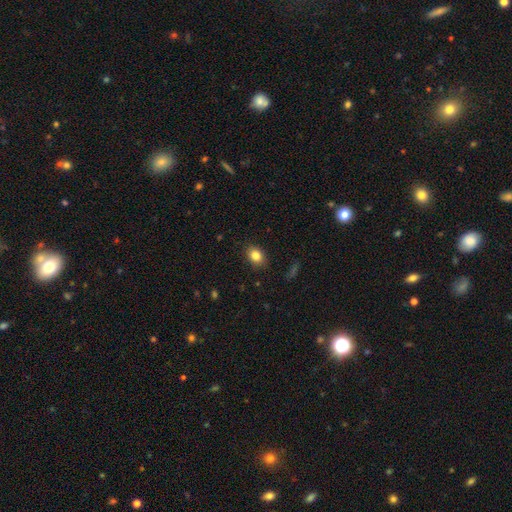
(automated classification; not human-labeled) smooth 83%, star or artifact 10%, featured or disk 7%. Down the decision tree: how rounded — in between (66%); merging — none (88%).